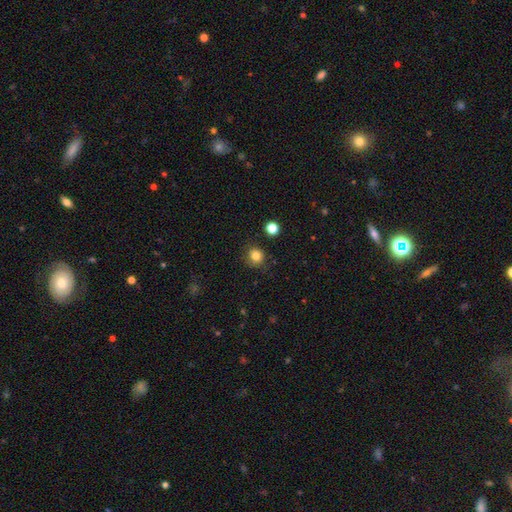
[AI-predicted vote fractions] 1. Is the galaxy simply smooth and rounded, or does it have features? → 82% smooth, 12% star or artifact, 5% featured or disk.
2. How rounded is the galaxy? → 87% round, 12% in between, 1% cigar-shaped.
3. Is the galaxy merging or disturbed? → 84% none, 11% minor disturbance, 3% major disturbance, 2% merger.